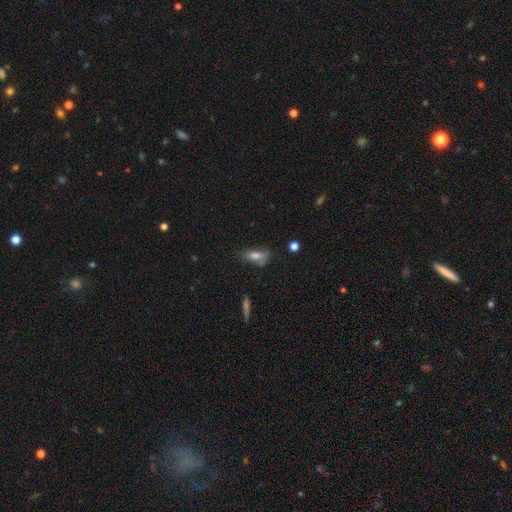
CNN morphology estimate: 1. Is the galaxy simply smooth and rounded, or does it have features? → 69% smooth, 20% featured or disk, 11% star or artifact.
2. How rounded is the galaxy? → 75% in between, 20% cigar-shaped, 5% round.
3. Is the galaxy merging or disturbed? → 50% none, 30% minor disturbance, 14% major disturbance, 7% merger.